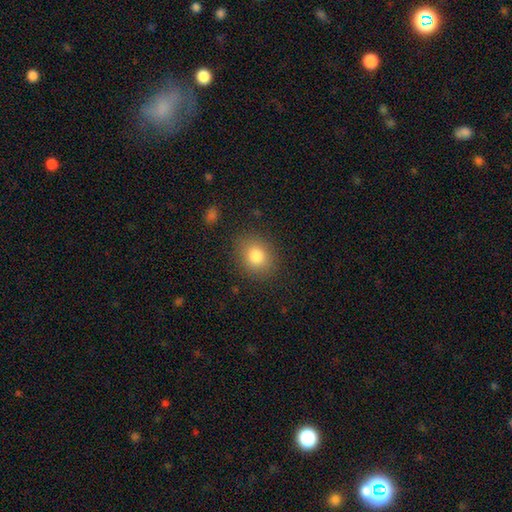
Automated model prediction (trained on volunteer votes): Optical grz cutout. It shows a smooth galaxy with no disk features (81%) that is round (63%). Merging: none (86%).